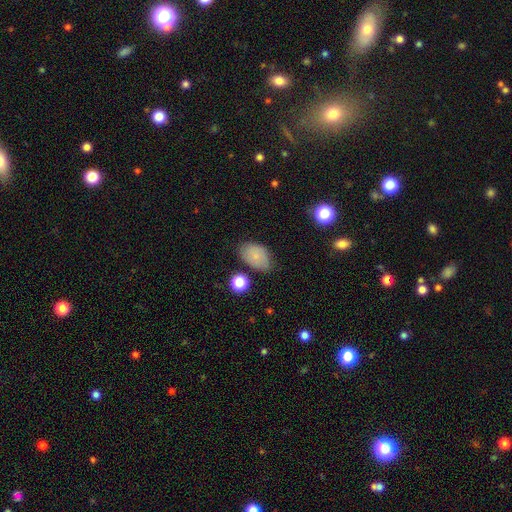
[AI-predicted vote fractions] A smooth galaxy with no disk features (77%) that is in between round and cigar-shaped (88%). Merging: none (67%).